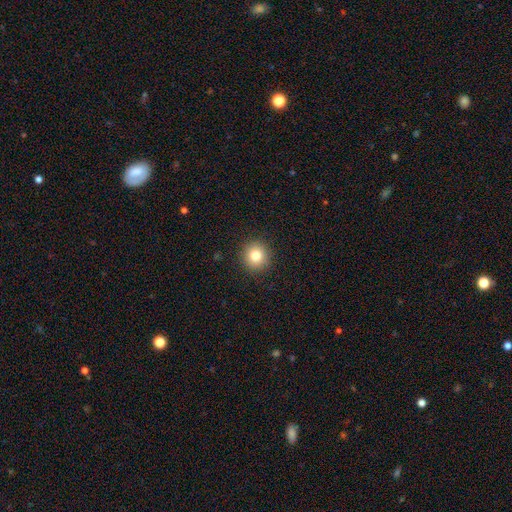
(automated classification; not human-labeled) A smooth galaxy with no disk features (81%) that is round (92%). Merging: none (92%).